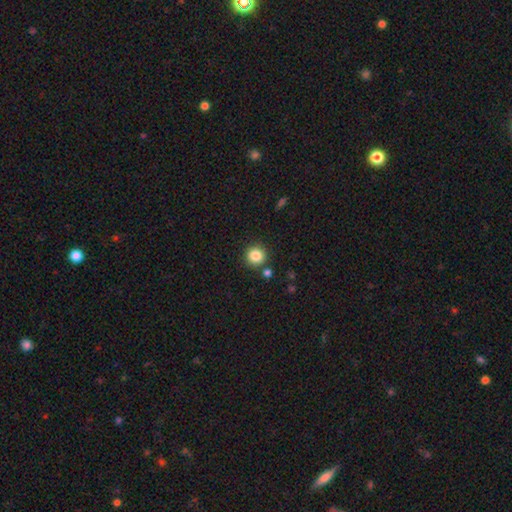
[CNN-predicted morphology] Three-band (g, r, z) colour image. It shows a smooth galaxy with no disk features (85%) that is round (92%). Merging: none (85%).